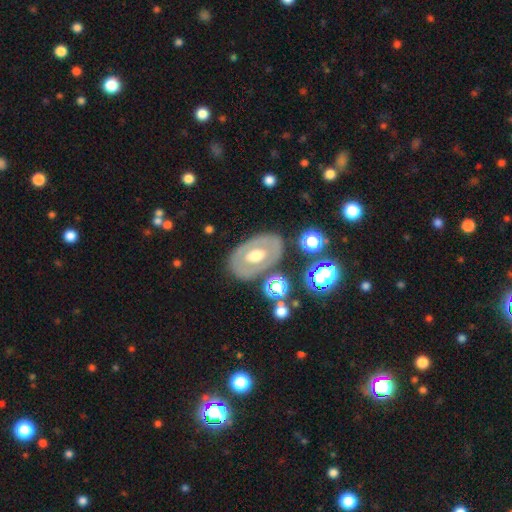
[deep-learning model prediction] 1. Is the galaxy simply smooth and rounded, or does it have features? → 57% featured or disk, 36% smooth, 7% star or artifact.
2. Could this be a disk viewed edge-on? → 91% no, 9% yes.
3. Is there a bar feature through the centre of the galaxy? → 78% no, 15% weak, 7% strong.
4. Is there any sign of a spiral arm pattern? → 87% no, 13% yes.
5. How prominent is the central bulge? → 65% moderate, 25% large, 6% small, 2% dominant, 1% none.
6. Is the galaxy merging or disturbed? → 78% none, 13% minor disturbance, 6% major disturbance, 4% merger.